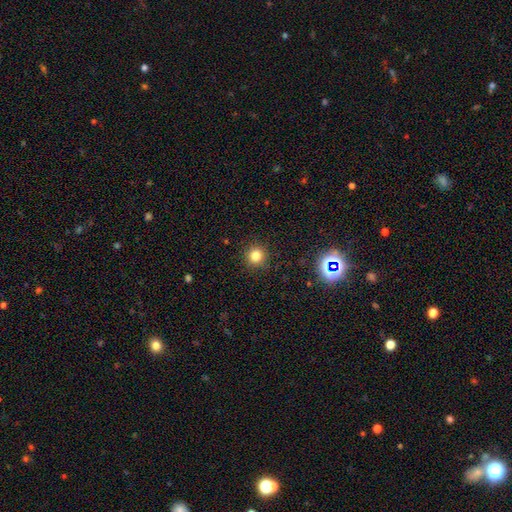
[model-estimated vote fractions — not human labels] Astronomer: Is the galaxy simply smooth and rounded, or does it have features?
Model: smooth — 80%.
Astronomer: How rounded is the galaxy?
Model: round — 93%.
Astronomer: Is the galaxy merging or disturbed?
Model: none — 90%.